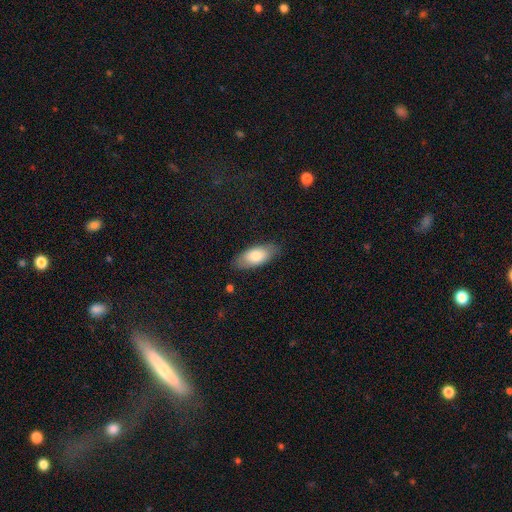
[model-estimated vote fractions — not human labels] This is likely a smooth galaxy (77%). How rounded: clearly in between (88%). Merging: clearly none (82%).